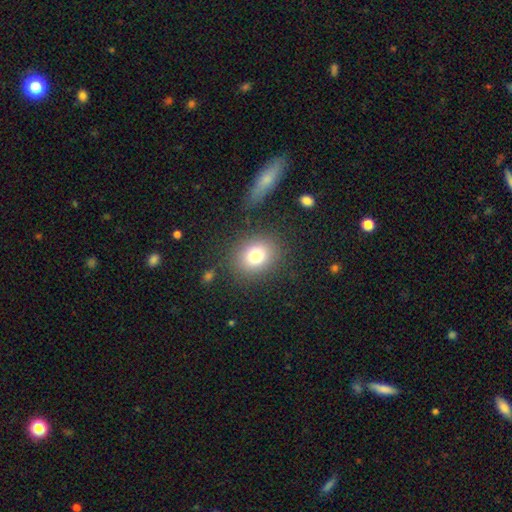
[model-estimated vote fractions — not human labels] Smooth or featured?
  - smooth: 78% *
  - star or artifact: 12%
  - featured or disk: 10%
How rounded?
  - round: 67% *
  - in between: 32%
  - cigar-shaped: 1%
Merging?
  - none: 83% *
  - minor disturbance: 10%
  - major disturbance: 5%
  - merger: 3%